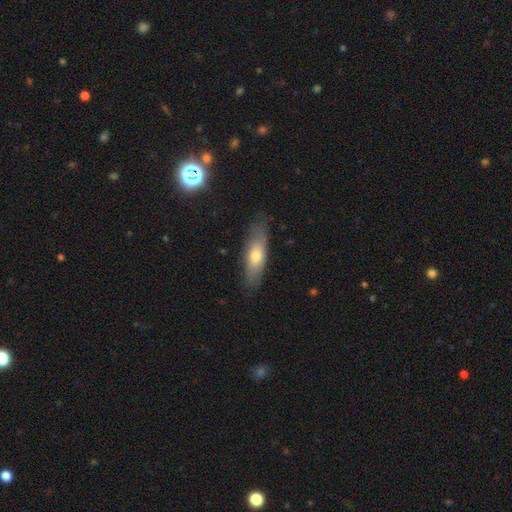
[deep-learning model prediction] Smooth or featured? smooth (63%)
How rounded? in between (57%)
Merging? none (77%)